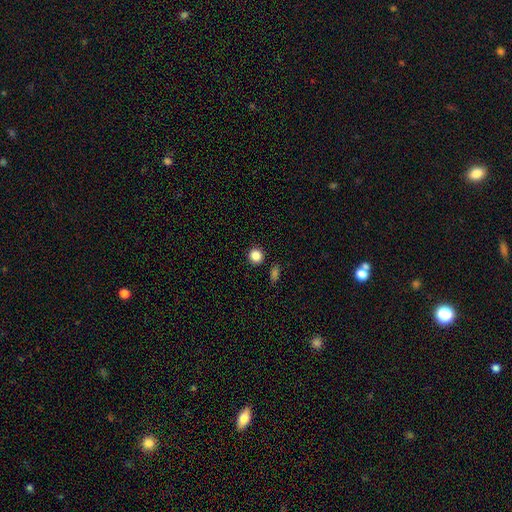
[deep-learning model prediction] Overall: smooth (86%). How rounded: round (91%). Merging: none (89%).